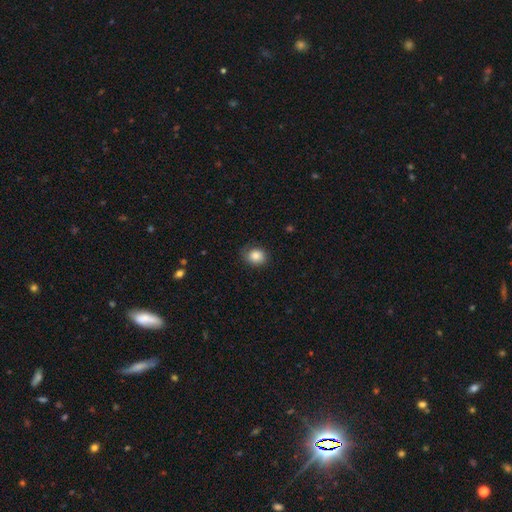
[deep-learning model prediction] Smooth or featured: smooth — 83% (featured or disk — 9%)
How rounded: round — 54% (in between — 45%)
Merging: none — 71% (minor disturbance — 22%)